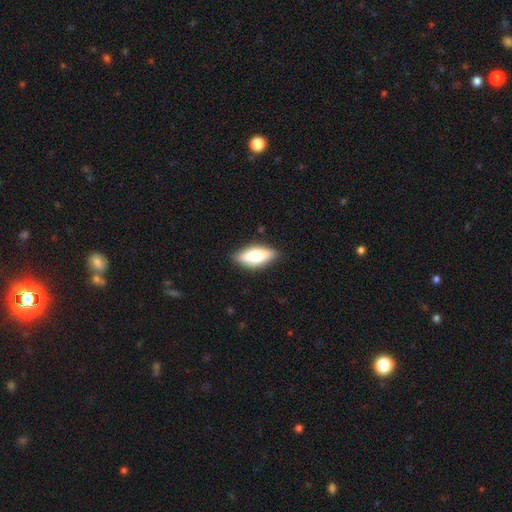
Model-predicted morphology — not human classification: Smooth or featured? smooth (73%)
How rounded? in between (79%)
Merging? none (86%)